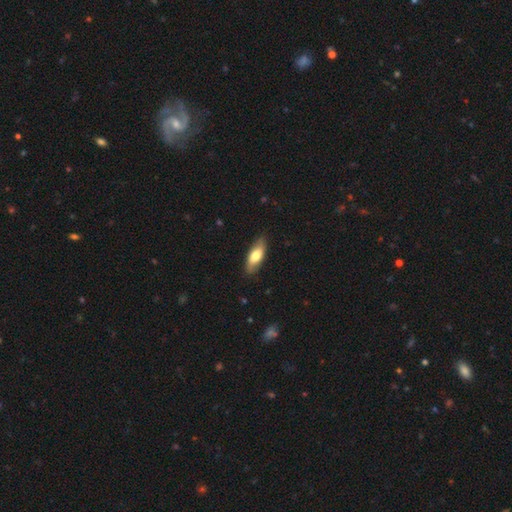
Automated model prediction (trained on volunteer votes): This is likely a smooth galaxy (68%). How rounded: likely in between (73%). Merging: clearly none (84%).